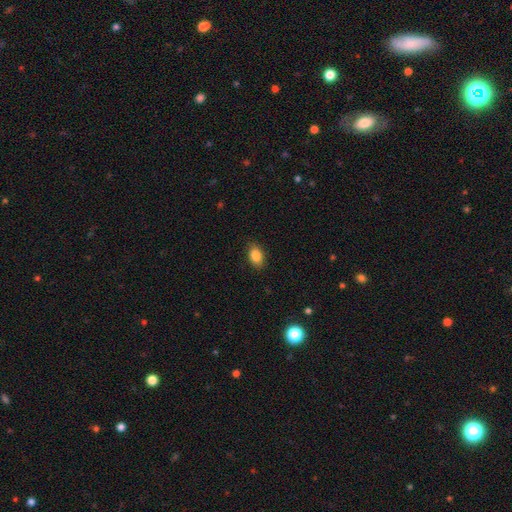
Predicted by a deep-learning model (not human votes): A smooth galaxy with no disk features (85%) that is in between round and cigar-shaped (86%). Merging: none (87%).